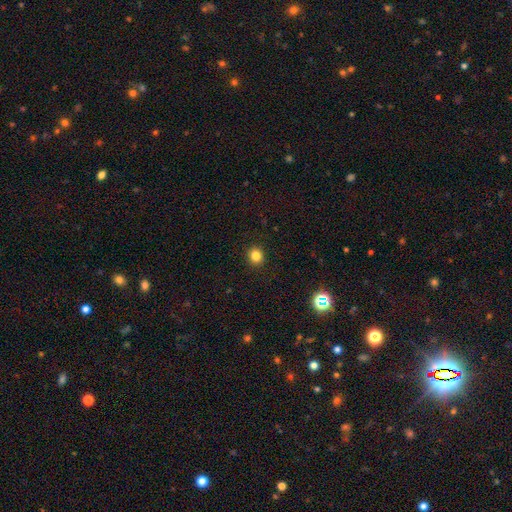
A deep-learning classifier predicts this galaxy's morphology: The model was most divided on "how rounded": round: 79%, in between: 20%, cigar-shaped: 1%. More confident: merging — none (92%); smooth or featured — smooth (83%).